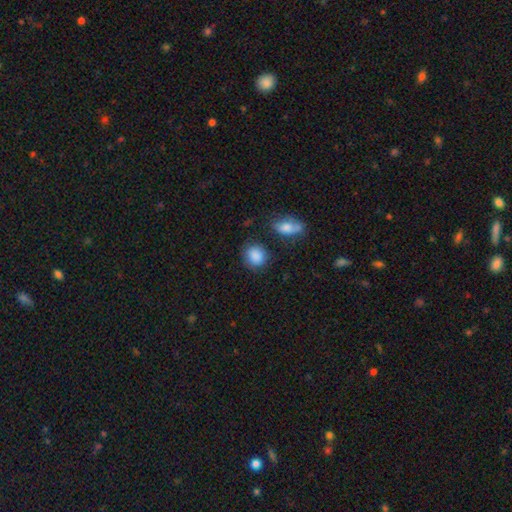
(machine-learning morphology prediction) smooth 87%, star or artifact 8%, featured or disk 4%. Down the decision tree: how rounded — round (71%); merging — none (76%).